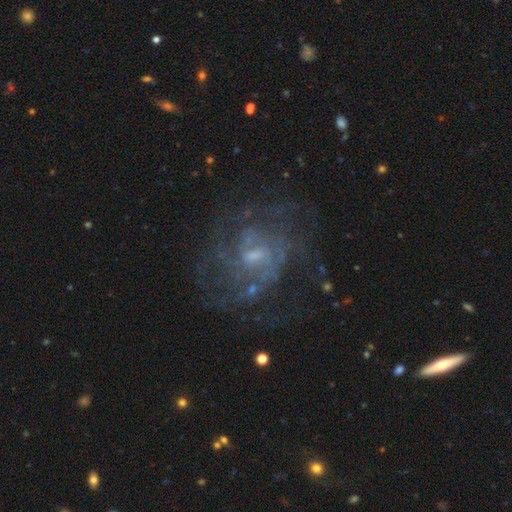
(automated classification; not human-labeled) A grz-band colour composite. It shows a featured or disk galaxy (80%) with a weak bar (52%), tight (44%) spiral arms (82%) and a small central bulge (55%). Merging: none (61%).